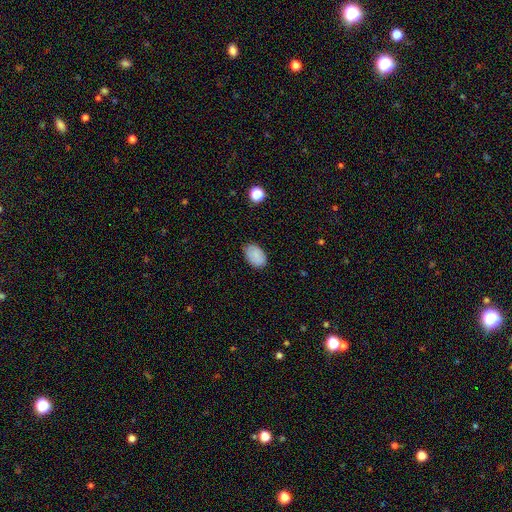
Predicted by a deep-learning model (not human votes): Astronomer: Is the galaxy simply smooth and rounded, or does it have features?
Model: smooth — 87%.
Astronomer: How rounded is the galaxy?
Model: in between — 88%.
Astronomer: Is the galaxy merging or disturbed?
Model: none — 86%.